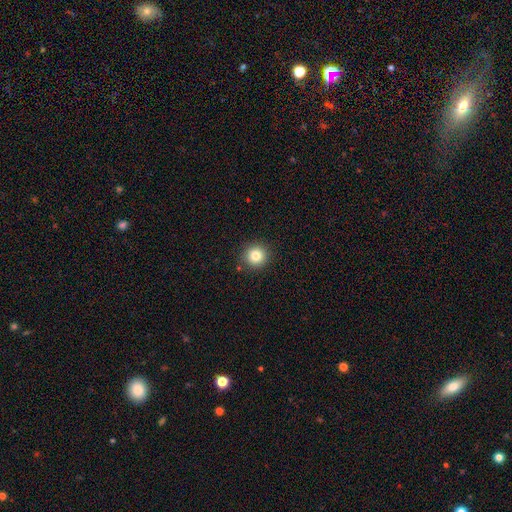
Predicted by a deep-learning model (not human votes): smooth_or_featured: smooth (p=0.82) [alt: star or artifact p=0.11]
how_rounded: round (p=0.93) [alt: in between p=0.06]
merging: none (p=0.90) [alt: minor disturbance p=0.06]